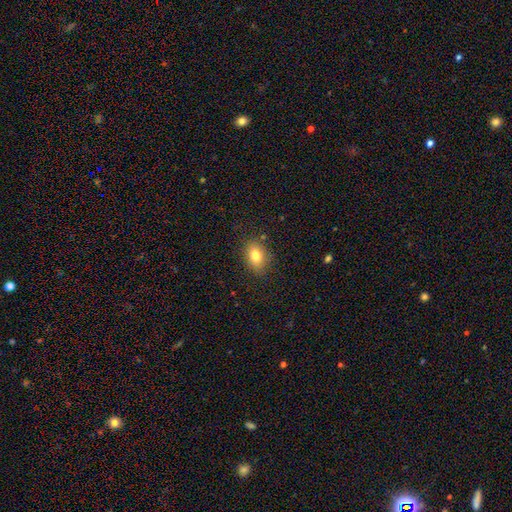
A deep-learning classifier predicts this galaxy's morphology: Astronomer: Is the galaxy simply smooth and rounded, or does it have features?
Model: smooth — 81%.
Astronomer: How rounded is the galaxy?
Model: in between — 76%.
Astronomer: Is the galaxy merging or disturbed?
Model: none — 83%.